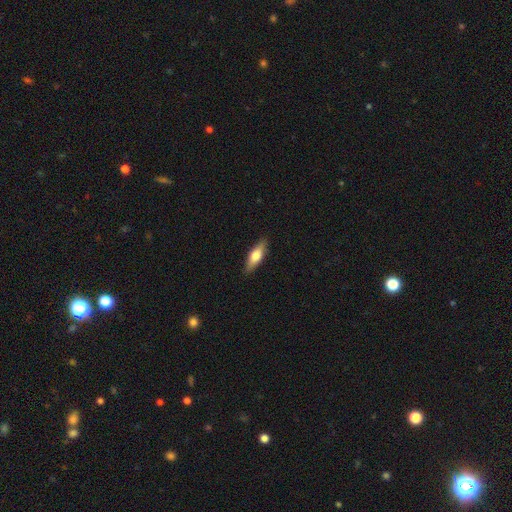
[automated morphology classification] Q: Smooth or featured?
A: smooth (59%); runner-up: featured or disk (35%)
Q: How rounded?
A: in between (51%); runner-up: cigar-shaped (46%)
Q: Merging?
A: none (88%); runner-up: minor disturbance (9%)